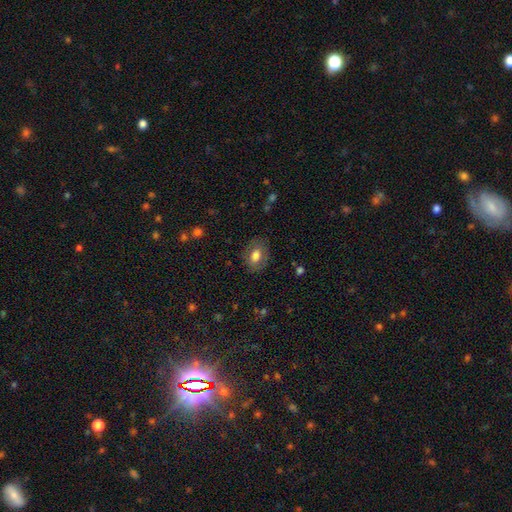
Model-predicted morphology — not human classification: smooth_or_featured: smooth (p=0.71) [alt: featured or disk p=0.21]
how_rounded: in between (p=0.69) [alt: round p=0.30]
merging: none (p=0.81) [alt: minor disturbance p=0.13]